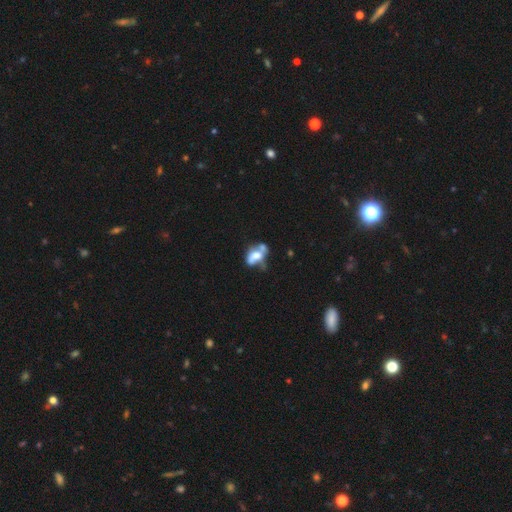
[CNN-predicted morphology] This is possibly a featured or disk galaxy (47%). Merging: marginally merger (42%).